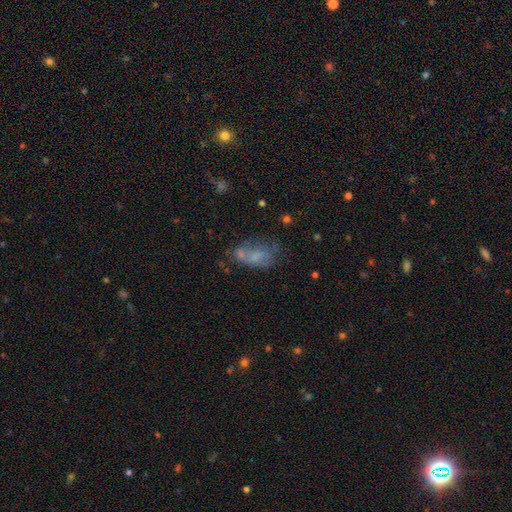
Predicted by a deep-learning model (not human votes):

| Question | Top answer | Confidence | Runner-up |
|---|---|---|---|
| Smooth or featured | smooth | 49% | featured or disk (36%) |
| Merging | none | 35% | merger (25%) |